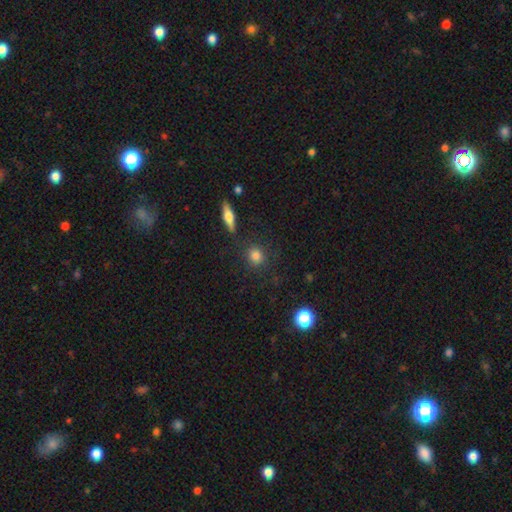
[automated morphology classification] This is clearly a smooth galaxy (81%). How rounded: clearly round (82%). Merging: clearly none (83%).